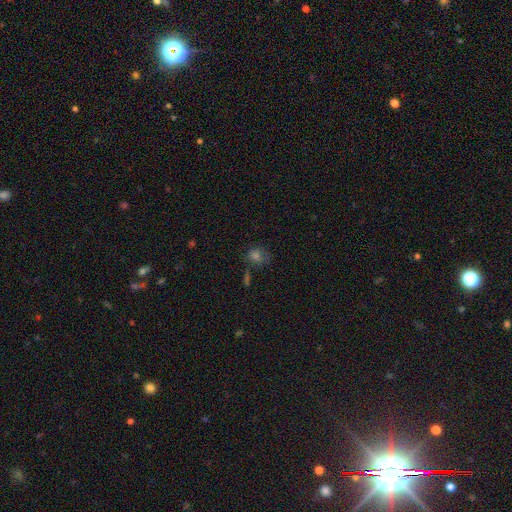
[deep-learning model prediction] Smooth or featured? Predicted: smooth (p=0.59). How rounded? Predicted: round (p=0.60). Merging? Predicted: none (p=0.62).